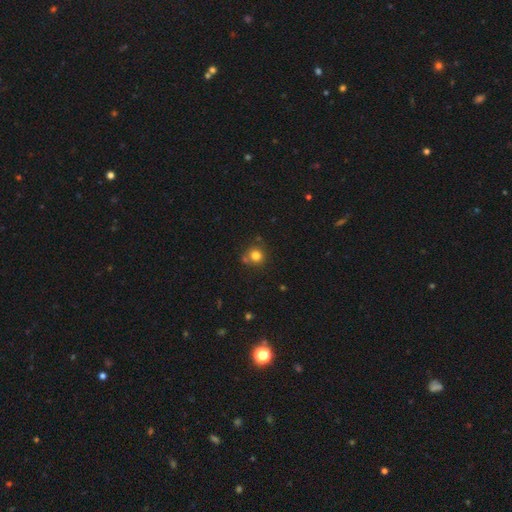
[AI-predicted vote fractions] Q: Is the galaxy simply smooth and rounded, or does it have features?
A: smooth — 79%.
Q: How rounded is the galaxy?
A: round — 90%.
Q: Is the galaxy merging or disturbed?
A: none — 72%.